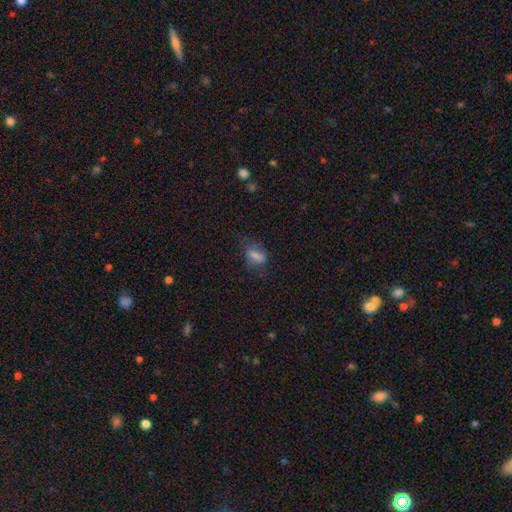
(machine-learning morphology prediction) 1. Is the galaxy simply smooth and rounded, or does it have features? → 68% smooth, 20% featured or disk, 12% star or artifact.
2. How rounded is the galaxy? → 74% in between, 16% cigar-shaped, 10% round.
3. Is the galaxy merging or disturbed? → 57% none, 26% minor disturbance, 15% major disturbance, 2% merger.